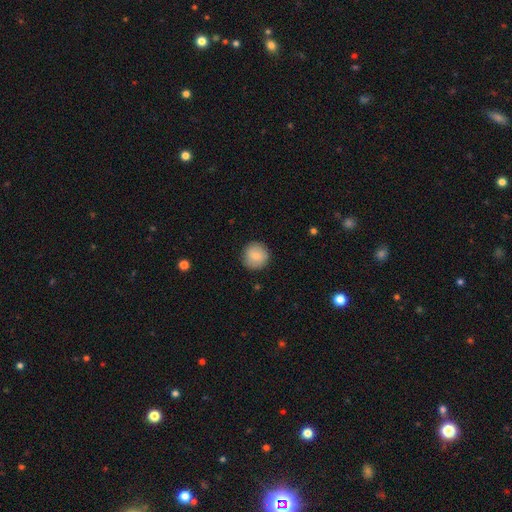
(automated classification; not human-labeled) This appears to be a smooth galaxy with no disk features (84%) that is round (94%). Merging: none (89%).